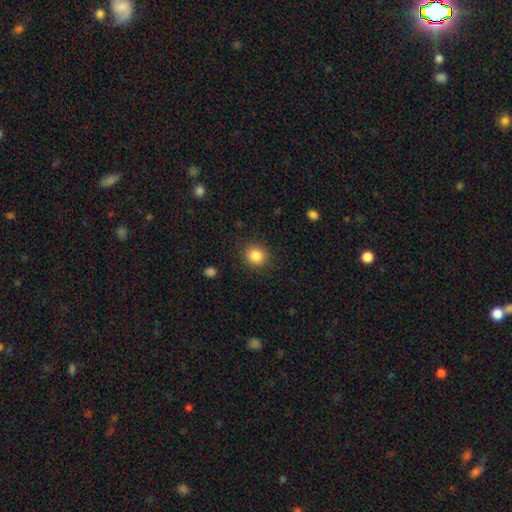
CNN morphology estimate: A smooth galaxy with no disk features (85%) that is round (79%). Merging: none (88%).